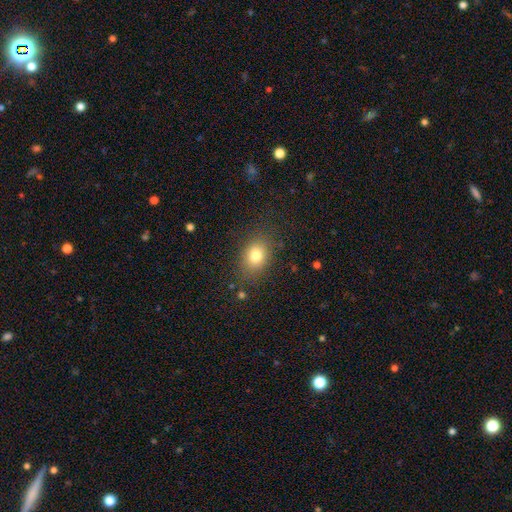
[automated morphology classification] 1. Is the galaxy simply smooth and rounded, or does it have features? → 79% smooth, 11% star or artifact, 10% featured or disk.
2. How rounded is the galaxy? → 64% in between, 35% round, 1% cigar-shaped.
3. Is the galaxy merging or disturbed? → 80% none, 13% minor disturbance, 5% major disturbance, 2% merger.